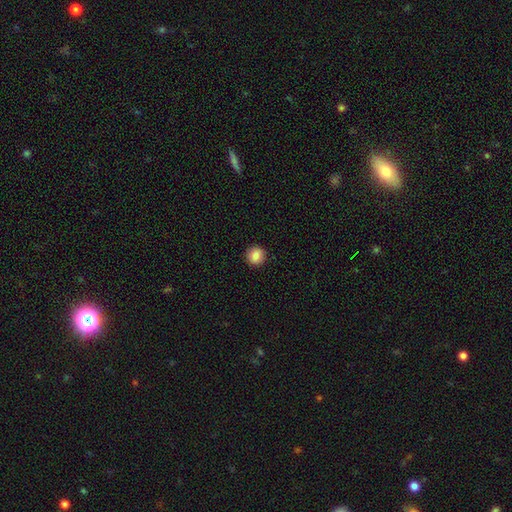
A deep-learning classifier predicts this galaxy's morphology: Smooth or featured?
  - smooth: 85% *
  - star or artifact: 9%
  - featured or disk: 6%
How rounded?
  - round: 94% *
  - in between: 5%
  - cigar-shaped: 1%
Merging?
  - none: 93% *
  - minor disturbance: 5%
  - major disturbance: 2%
  - merger: 1%